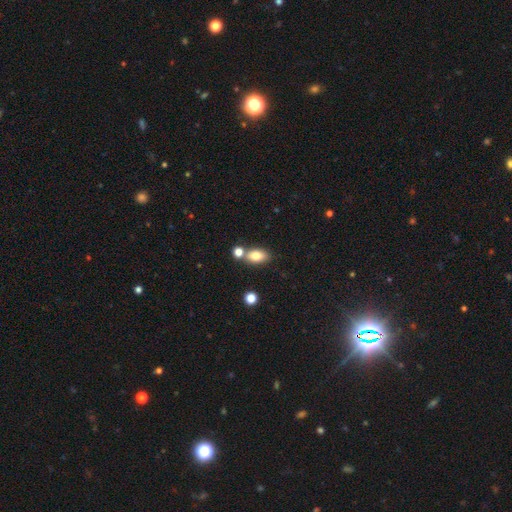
Overall: smooth (74%). How rounded: in between (86%). Merging: none (64%; merger 25%).